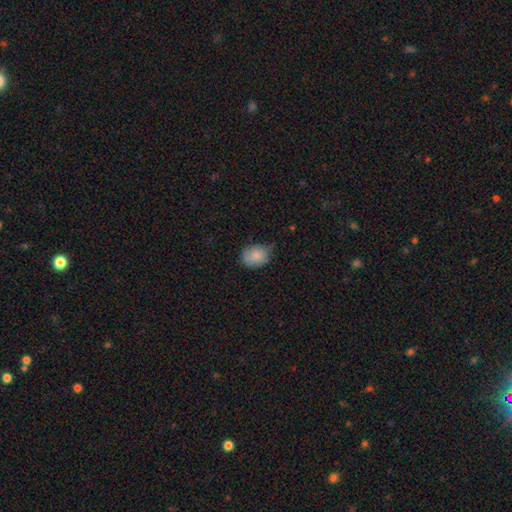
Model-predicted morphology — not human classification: Smooth or featured? Predicted: smooth (p=0.86). How rounded? Predicted: in between (p=0.63). Merging? Predicted: none (p=0.59).